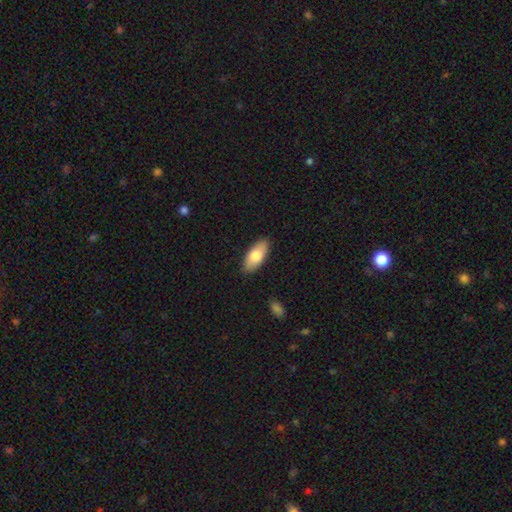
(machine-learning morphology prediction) Smooth or featured: smooth — 76% (featured or disk — 18%)
How rounded: in between — 88% (cigar-shaped — 10%)
Merging: none — 88% (minor disturbance — 9%)